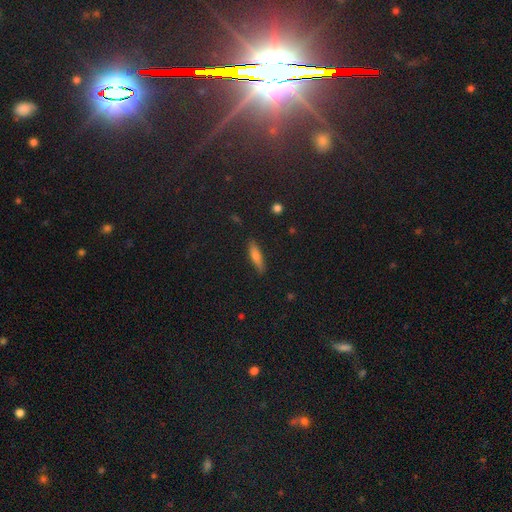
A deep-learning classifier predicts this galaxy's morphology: Smooth or featured? Predicted: smooth (p=0.66). How rounded? Predicted: cigar-shaped (p=0.70). Merging? Predicted: none (p=0.86).